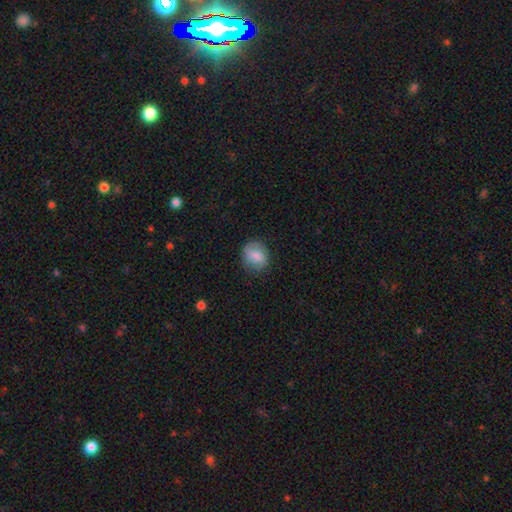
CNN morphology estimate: This is likely a smooth galaxy (78%). How rounded: possibly round (59%). Merging: likely none (76%).